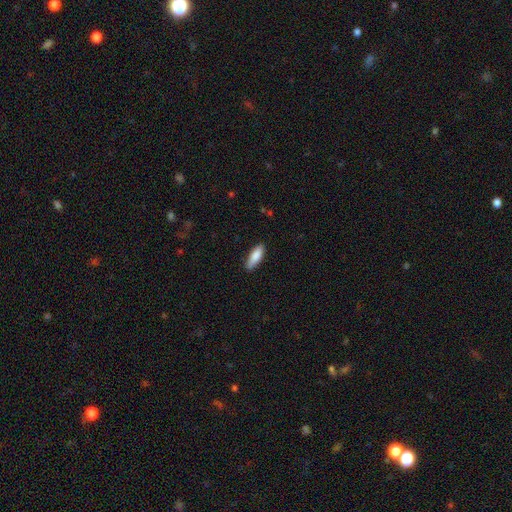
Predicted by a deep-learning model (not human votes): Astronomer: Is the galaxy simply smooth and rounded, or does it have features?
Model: smooth — 85%.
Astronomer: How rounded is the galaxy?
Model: in between — 55% (runner-up: cigar-shaped, 44%).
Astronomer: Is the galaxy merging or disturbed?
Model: none — 82%.